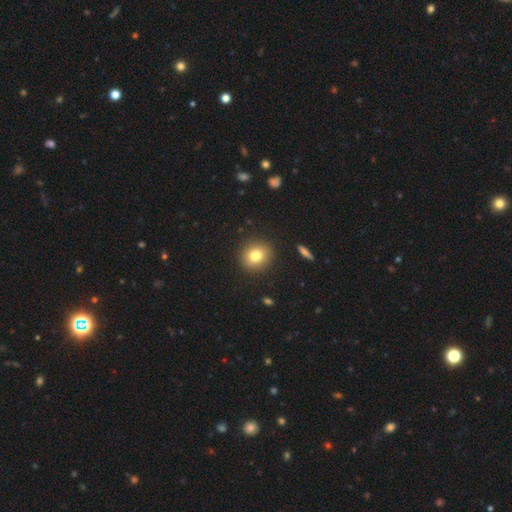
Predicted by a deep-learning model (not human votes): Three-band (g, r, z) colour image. It shows a smooth galaxy with no disk features (79%) that is round (81%). Merging: none (90%).